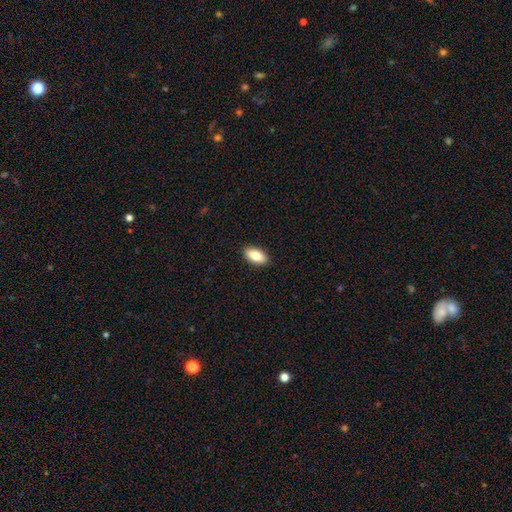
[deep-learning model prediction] Smooth or featured? Predicted: smooth (p=0.82). How rounded? Predicted: in between (p=0.91). Merging? Predicted: none (p=0.91).